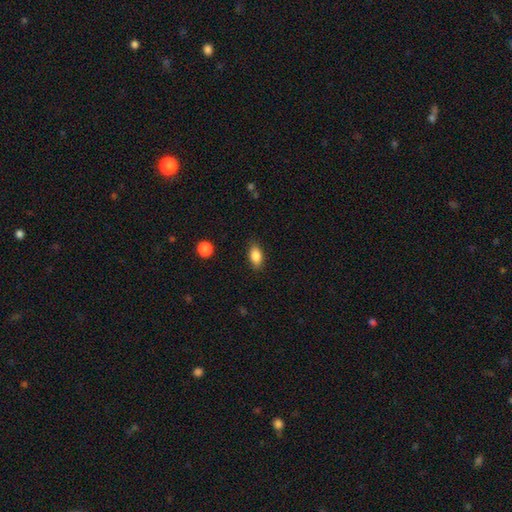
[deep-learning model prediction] smooth-or-featured: smooth: 86% | star or artifact: 8% | featured or disk: 6%
  how-rounded: in between: 88% | round: 7% | cigar-shaped: 4%
  merging: none: 85% | minor disturbance: 11% | major disturbance: 3% | merger: 1%